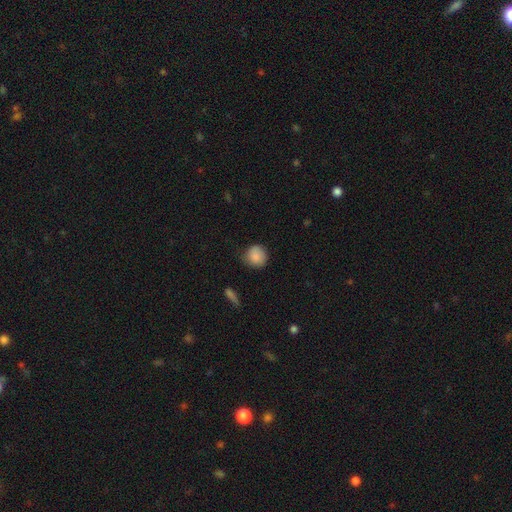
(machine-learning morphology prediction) smooth_or_featured: smooth (p=0.86) [alt: star or artifact p=0.08]
how_rounded: round (p=0.89) [alt: in between p=0.10]
merging: none (p=0.73) [alt: minor disturbance p=0.21]